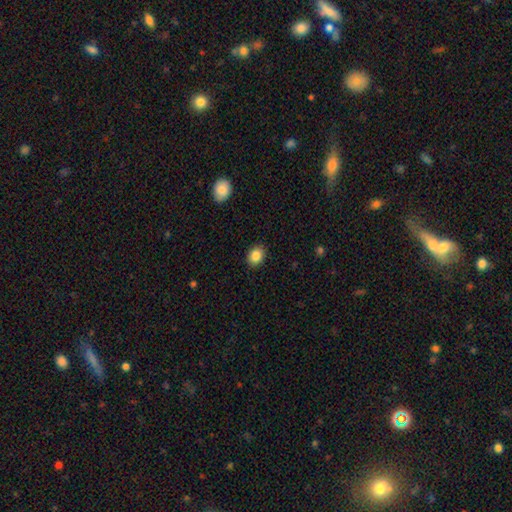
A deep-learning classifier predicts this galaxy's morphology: This is clearly a smooth galaxy (86%). How rounded: possibly in between (56%). Merging: clearly none (88%).